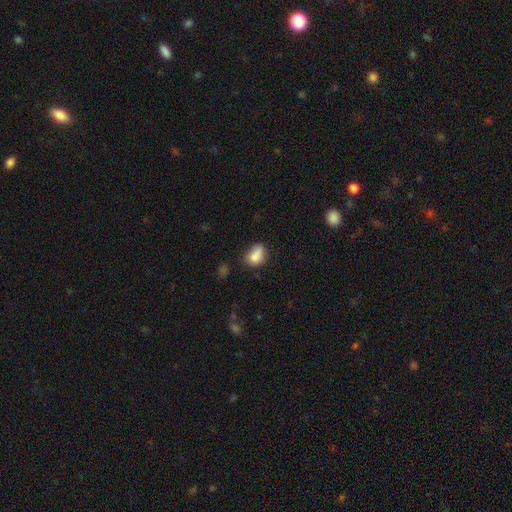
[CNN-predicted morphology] This appears to be a smooth galaxy with no disk features (83%) that is in between round and cigar-shaped (75%). Merging: none (52%).